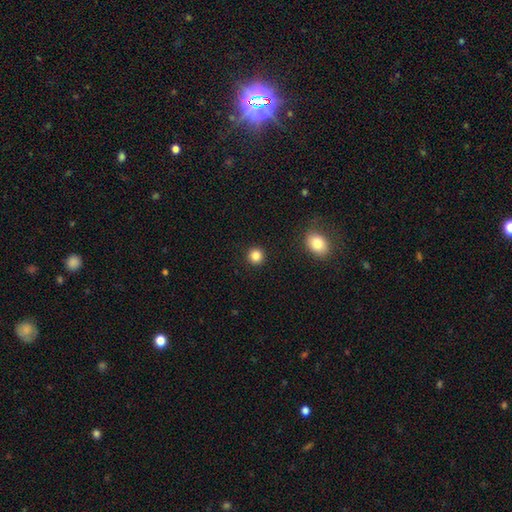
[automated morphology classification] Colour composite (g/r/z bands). It shows a smooth galaxy with no disk features (85%) that is round (93%). Merging: none (92%).